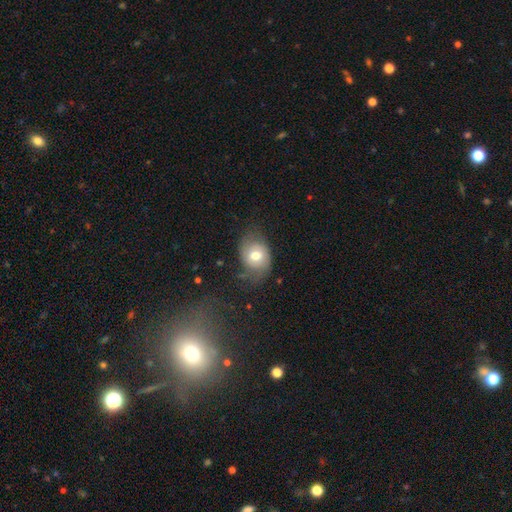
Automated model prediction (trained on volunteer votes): Overall: smooth (63%; featured or disk 29%). How rounded: in between (61%; round 38%). Merging: none (54%; minor disturbance 29%).